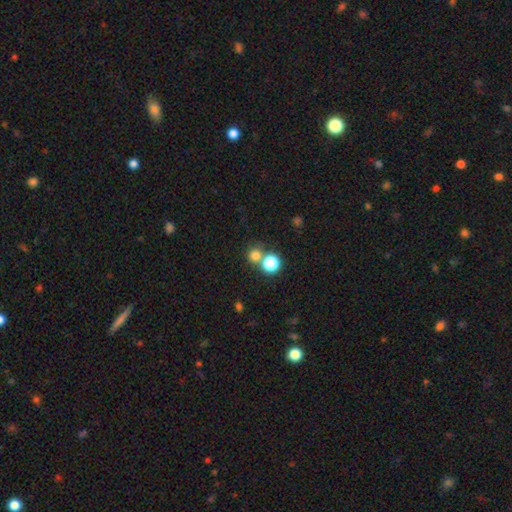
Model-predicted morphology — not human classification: A smooth galaxy with no disk features (74%) that is round (90%). Merging: none (62%).